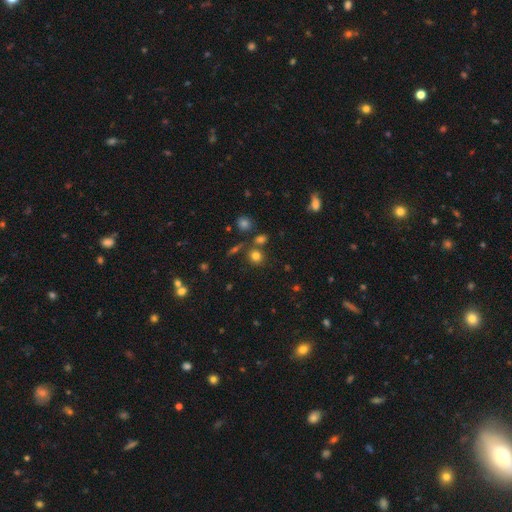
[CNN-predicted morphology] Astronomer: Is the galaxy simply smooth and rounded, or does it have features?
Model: smooth — 76%.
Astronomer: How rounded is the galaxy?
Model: round — 83%.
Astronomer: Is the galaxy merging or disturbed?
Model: none — 71%.